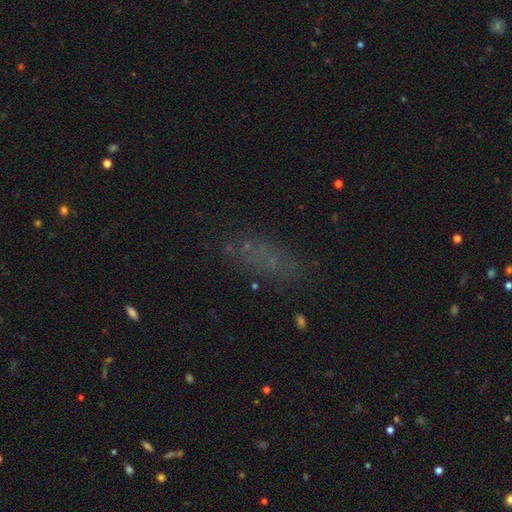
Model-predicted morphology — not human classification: smooth_or_featured: smooth (p=0.57) [alt: star or artifact p=0.26]
how_rounded: in between (p=0.65) [alt: cigar-shaped p=0.29]
merging: none (p=0.68) [alt: minor disturbance p=0.17]